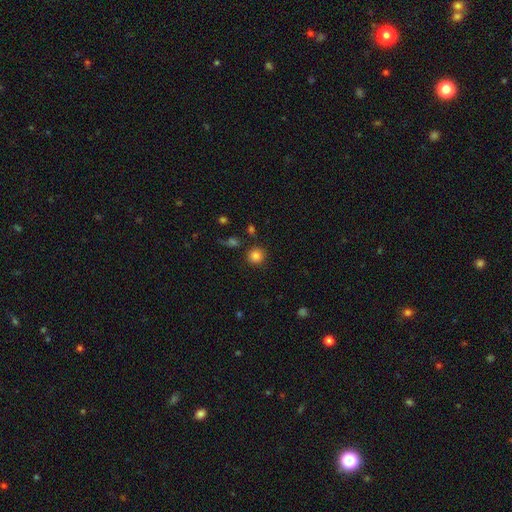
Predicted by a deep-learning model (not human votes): smooth 84%, star or artifact 11%, featured or disk 5%. Down the decision tree: how rounded — round (93%); merging — none (87%).